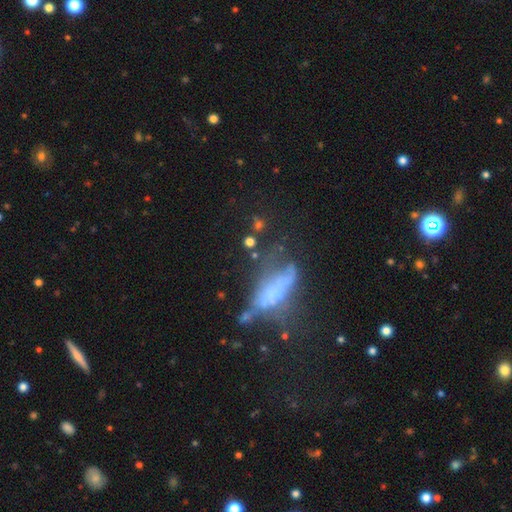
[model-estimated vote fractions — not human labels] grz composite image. It shows a featured or disk galaxy (47%). Merging: major disturbance (37%).